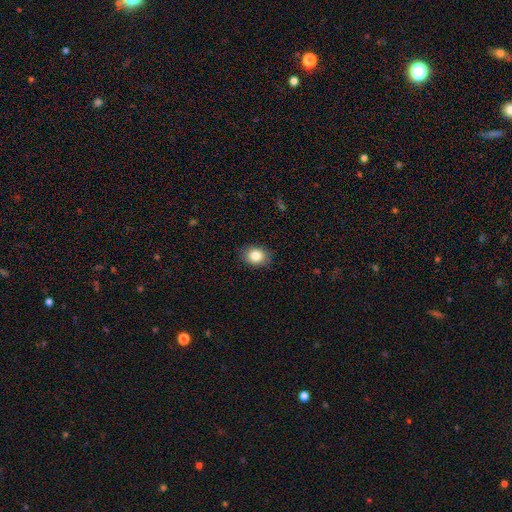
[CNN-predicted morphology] Smooth or featured? smooth (84%)
How rounded? in between (52%)
Merging? none (86%)